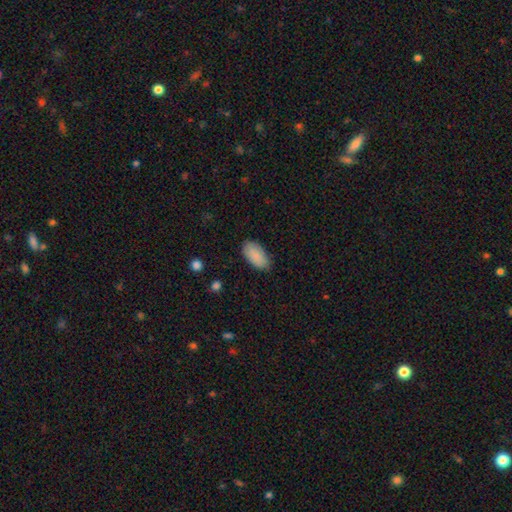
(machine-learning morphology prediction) smooth_or_featured: smooth (p=0.88) [alt: star or artifact p=0.06]
how_rounded: in between (p=0.94) [alt: cigar-shaped p=0.03]
merging: none (p=0.80) [alt: minor disturbance p=0.16]